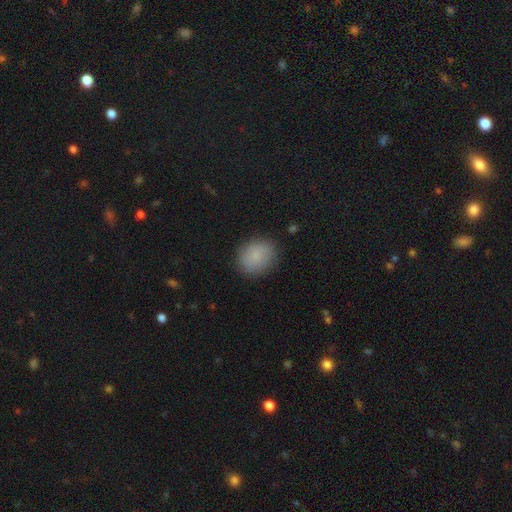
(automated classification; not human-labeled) smooth 84%, star or artifact 8%, featured or disk 8%. Down the decision tree: how rounded — round (64%); merging — none (84%).